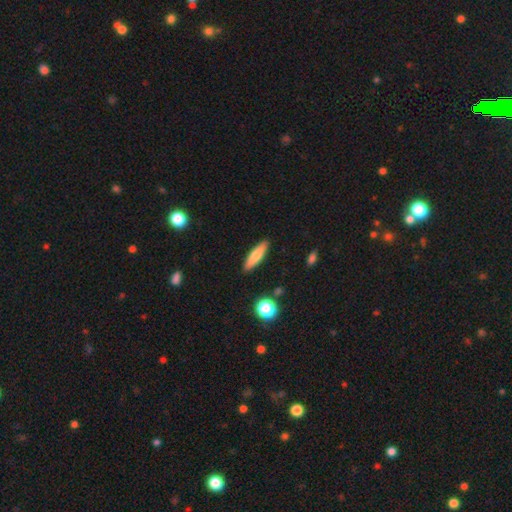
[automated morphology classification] Q: Smooth or featured?
A: smooth (71%); runner-up: featured or disk (22%)
Q: How rounded?
A: cigar-shaped (73%); runner-up: in between (25%)
Q: Merging?
A: none (89%); runner-up: minor disturbance (8%)